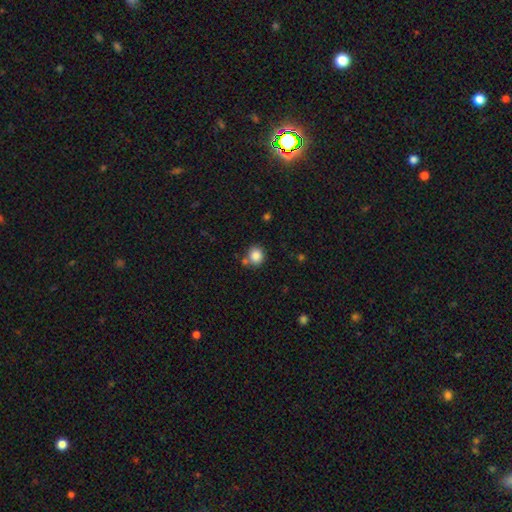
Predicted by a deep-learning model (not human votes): Smooth or featured? Predicted: smooth (p=0.85). How rounded? Predicted: round (p=0.83). Merging? Predicted: none (p=0.72).